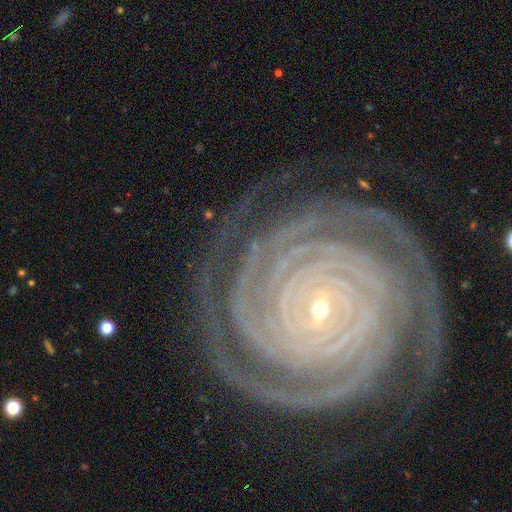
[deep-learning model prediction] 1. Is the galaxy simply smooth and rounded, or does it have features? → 91% featured or disk, 6% star or artifact, 3% smooth.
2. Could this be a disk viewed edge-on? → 97% no, 3% yes.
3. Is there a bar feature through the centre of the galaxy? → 46% no, 27% strong, 26% weak.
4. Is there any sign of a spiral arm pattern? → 99% yes, 1% no.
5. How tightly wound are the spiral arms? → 90% tight, 8% medium, 2% loose.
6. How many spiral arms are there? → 22% 2, 21% 4, 17% more than 4, 17% 3, 15% can't tell, 9% 1.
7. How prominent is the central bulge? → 78% small, 19% moderate, 1% large, 1% dominant, 1% none.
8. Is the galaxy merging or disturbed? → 79% none, 13% minor disturbance, 6% major disturbance, 2% merger.